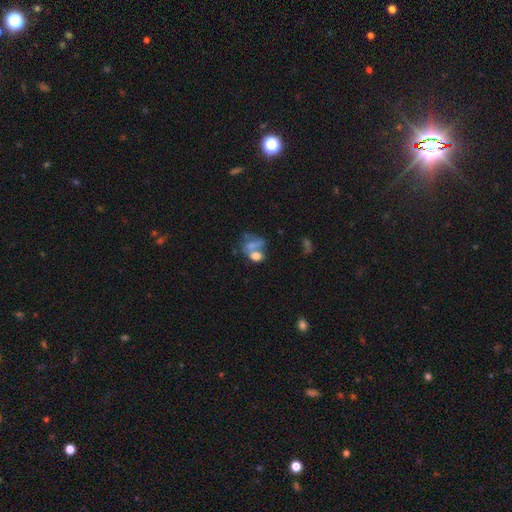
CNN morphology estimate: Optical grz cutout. It shows a smooth galaxy with no disk features (64%) that is in between round and cigar-shaped (68%). Merging: merger (50%).